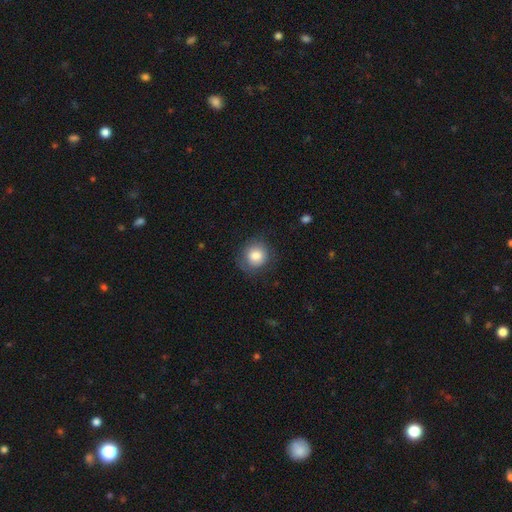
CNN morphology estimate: A smooth galaxy with no disk features (82%) that is round (88%). Merging: none (78%).